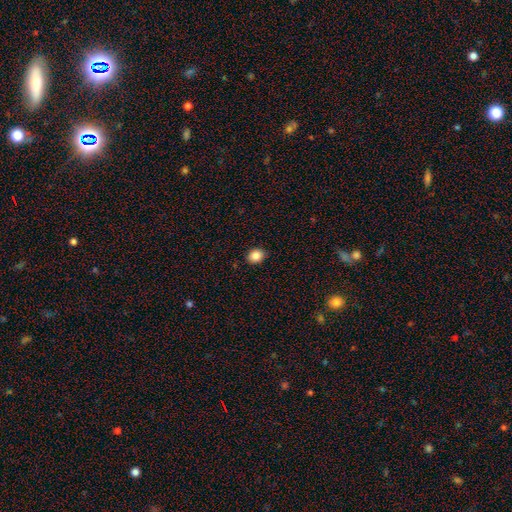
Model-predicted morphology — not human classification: Overall: smooth (85%). How rounded: round (59%; in between 40%). Merging: none (89%).